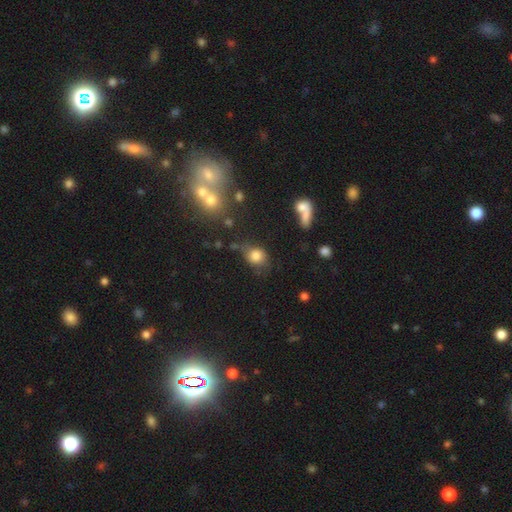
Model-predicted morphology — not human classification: smooth_or_featured: smooth (p=0.81) [alt: star or artifact p=0.11]
how_rounded: round (p=0.63) [alt: in between p=0.36]
merging: none (p=0.60) [alt: minor disturbance p=0.23]